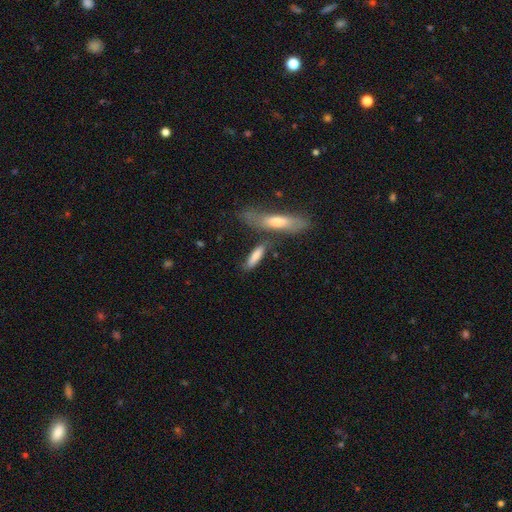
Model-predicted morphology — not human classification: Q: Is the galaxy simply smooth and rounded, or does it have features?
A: smooth — 77%.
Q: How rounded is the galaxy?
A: cigar-shaped — 71%.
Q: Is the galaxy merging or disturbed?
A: none — 65%.